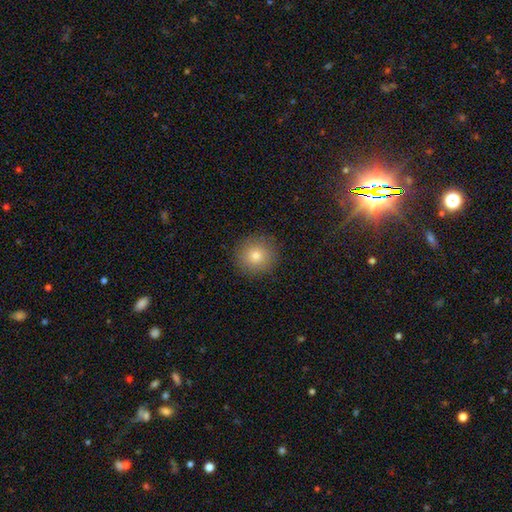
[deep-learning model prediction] Overall: smooth (79%). How rounded: round (93%). Merging: none (90%).